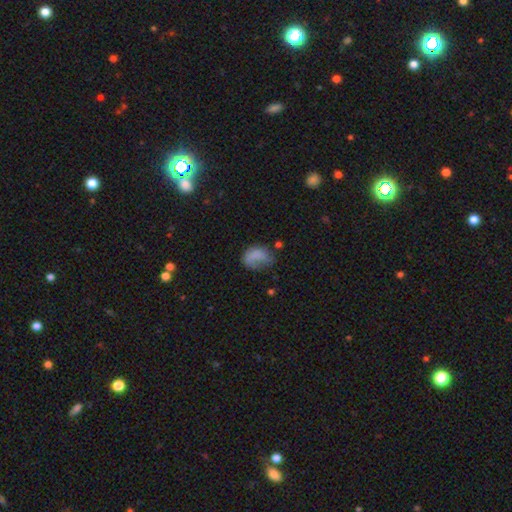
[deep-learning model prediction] smooth 70%, featured or disk 19%, star or artifact 11%. Down the decision tree: how rounded — in between (74%); merging — major disturbance (34%).